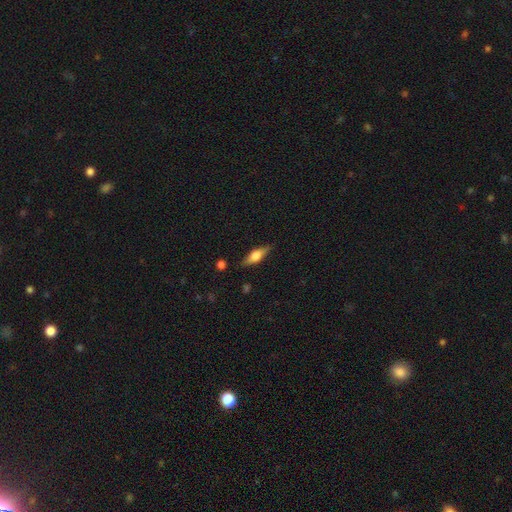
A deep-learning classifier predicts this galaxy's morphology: Smooth or featured? smooth (47%)
Merging? none (84%)